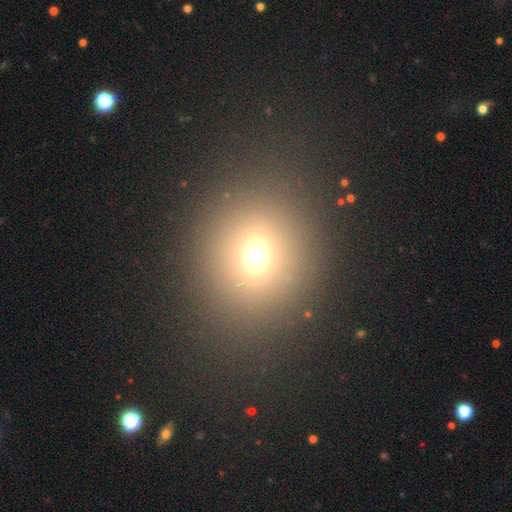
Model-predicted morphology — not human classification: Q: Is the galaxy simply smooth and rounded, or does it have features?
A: smooth — 66%.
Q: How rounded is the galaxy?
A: round — 79%.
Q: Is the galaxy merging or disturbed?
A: none — 84%.